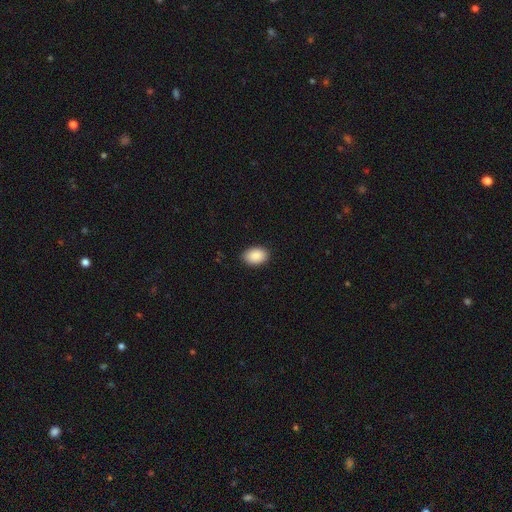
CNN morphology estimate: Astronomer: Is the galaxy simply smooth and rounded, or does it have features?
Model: smooth — 89%.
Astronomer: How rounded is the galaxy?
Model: in between — 86%.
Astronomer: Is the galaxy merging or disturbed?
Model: none — 87%.